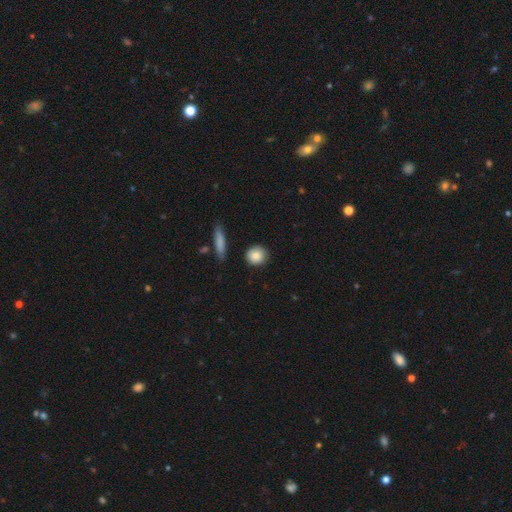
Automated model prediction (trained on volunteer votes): smooth 86%, featured or disk 7%, star or artifact 7%. Down the decision tree: how rounded — round (83%); merging — none (86%).